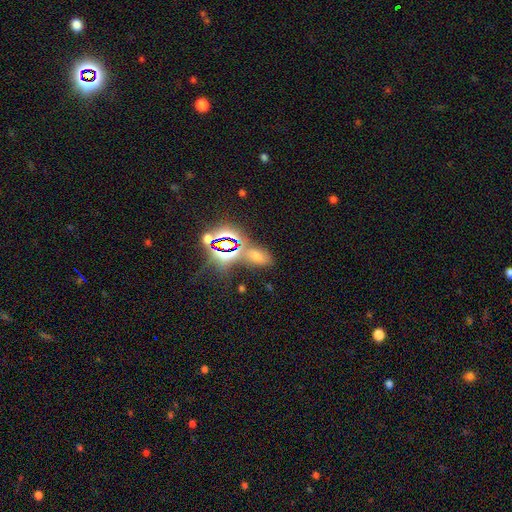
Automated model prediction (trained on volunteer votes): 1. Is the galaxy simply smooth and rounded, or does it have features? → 50% smooth, 41% star or artifact, 9% featured or disk.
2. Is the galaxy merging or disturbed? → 64% none, 15% minor disturbance, 13% merger, 8% major disturbance.